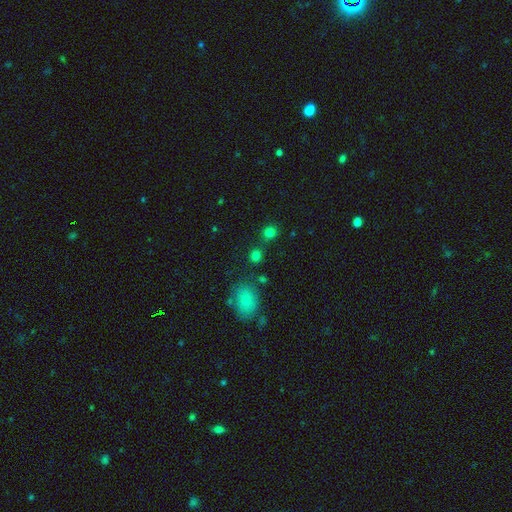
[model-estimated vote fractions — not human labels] A smooth galaxy with no disk features (78%) that is round (83%). Merging: none (73%).